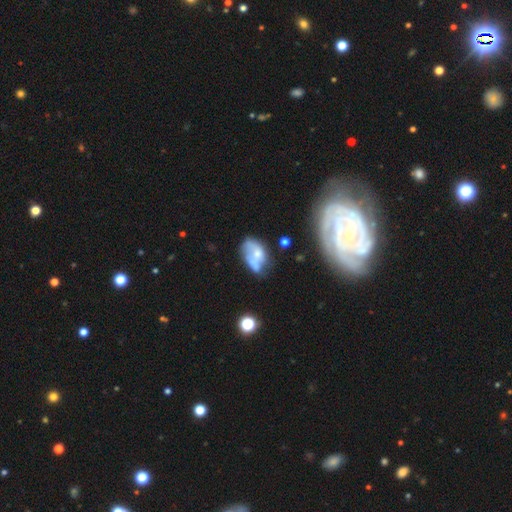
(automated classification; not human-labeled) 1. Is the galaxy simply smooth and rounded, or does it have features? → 46% smooth, 44% featured or disk, 10% star or artifact.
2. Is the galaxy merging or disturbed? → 26% minor disturbance (tied), 26% none (tied), 24% merger, 23% major disturbance.